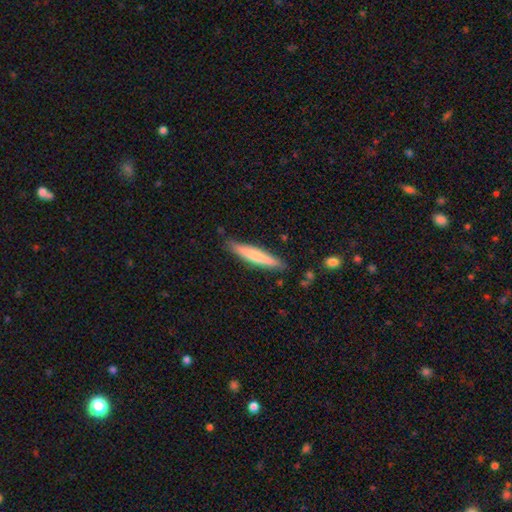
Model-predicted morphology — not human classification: A smooth galaxy with no disk features (66%) that is cigar-shaped (93%).

Vote fractions:
- Smooth or featured? smooth: 66% / featured or disk: 29% / star or artifact: 5%
- How rounded? cigar-shaped: 93% / in between: 6% / round: 1%
- Merging? none: 85% / minor disturbance: 11% / major disturbance: 2% / merger: 2%